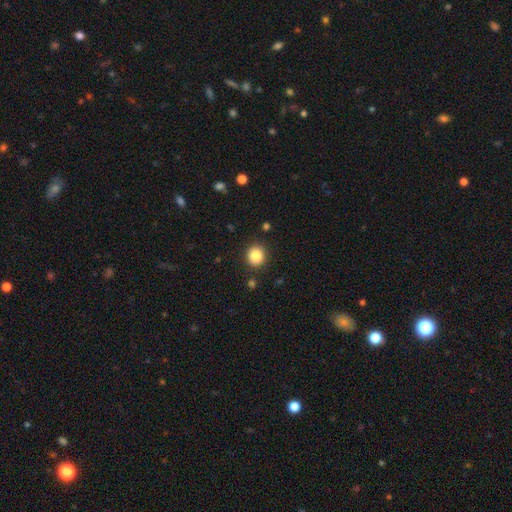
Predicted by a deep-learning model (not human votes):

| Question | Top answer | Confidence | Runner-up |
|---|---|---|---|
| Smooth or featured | smooth | 86% | star or artifact (10%) |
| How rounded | round | 88% | in between (11%) |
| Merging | none | 89% | minor disturbance (7%) |